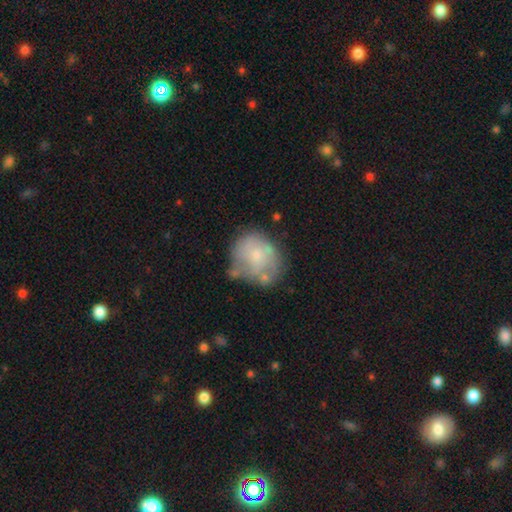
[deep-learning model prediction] Overall: smooth (47%; featured or disk 45%). Merging: none (46%; minor disturbance 28%).